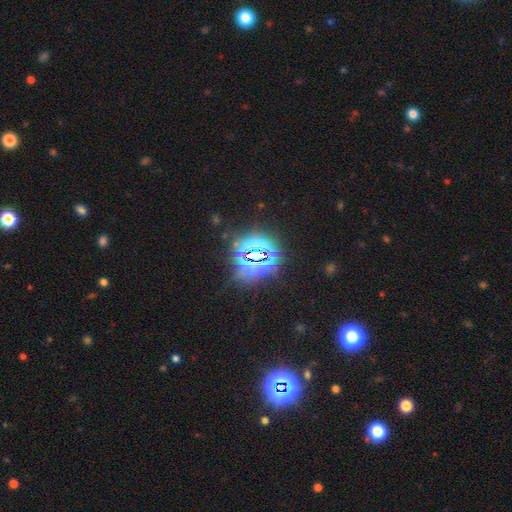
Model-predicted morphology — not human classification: A star or artifact, not a galaxy (78%).

Vote fractions:
- Smooth or featured? star or artifact: 78% / smooth: 14% / featured or disk: 8%